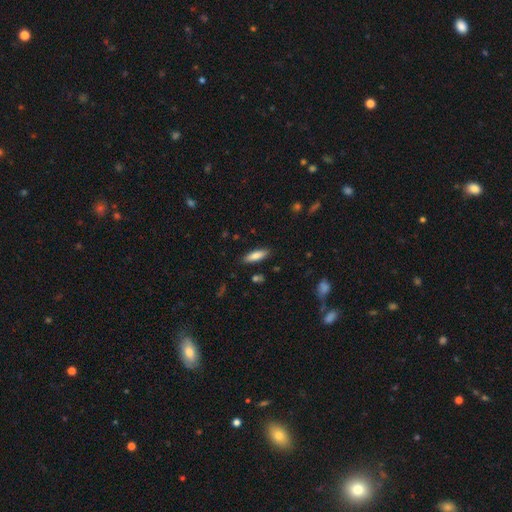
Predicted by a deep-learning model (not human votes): Morphology: type=smooth (81%); roundness=cigar-shaped (50%); merging=none (86%).